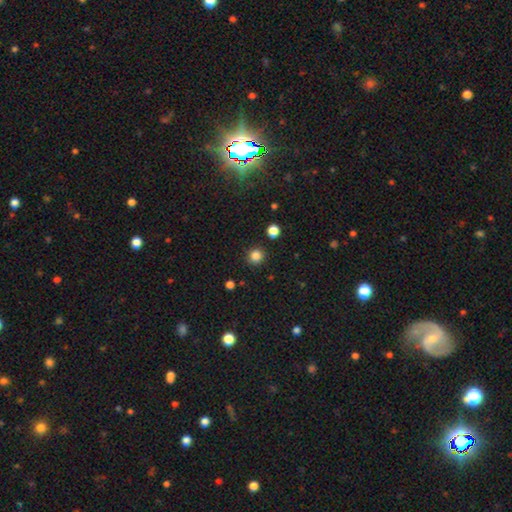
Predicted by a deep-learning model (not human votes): Smooth or featured?
  - smooth: 84% *
  - star or artifact: 13%
  - featured or disk: 4%
How rounded?
  - round: 93% *
  - in between: 6%
  - cigar-shaped: 1%
Merging?
  - none: 90% *
  - minor disturbance: 6%
  - merger: 2%
  - major disturbance: 2%